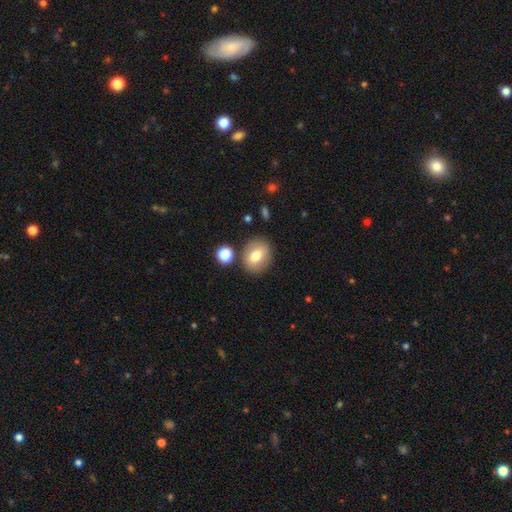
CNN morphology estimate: This appears to be a smooth galaxy with no disk features (74%) that is in between round and cigar-shaped (53%). Merging: none (80%).